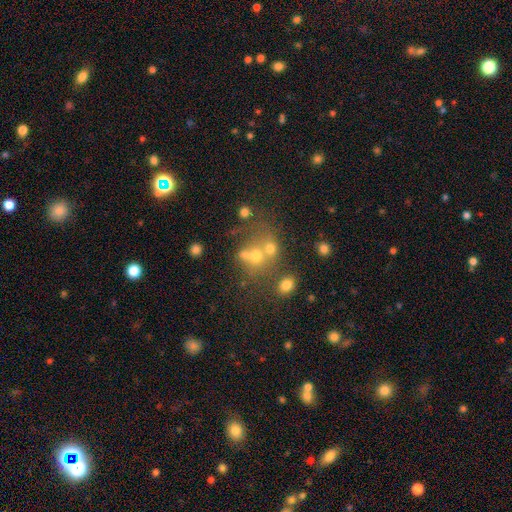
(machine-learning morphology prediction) smooth_or_featured: smooth (p=0.55) [alt: featured or disk p=0.24]
how_rounded: round (p=0.72) [alt: in between p=0.27]
merging: merger (p=0.48) [alt: none p=0.36]